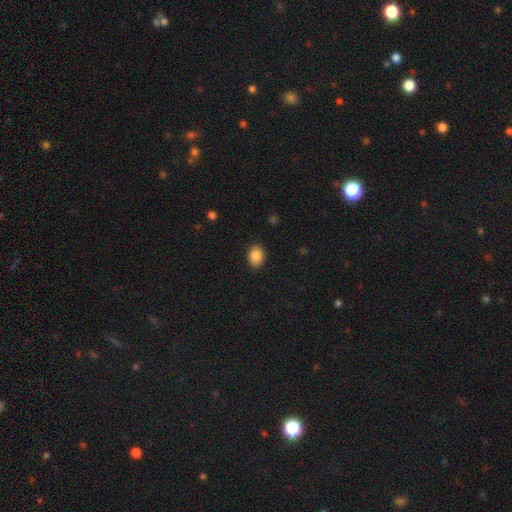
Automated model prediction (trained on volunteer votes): smooth 87%, star or artifact 8%, featured or disk 5%. Down the decision tree: how rounded — in between (71%); merging — none (88%).